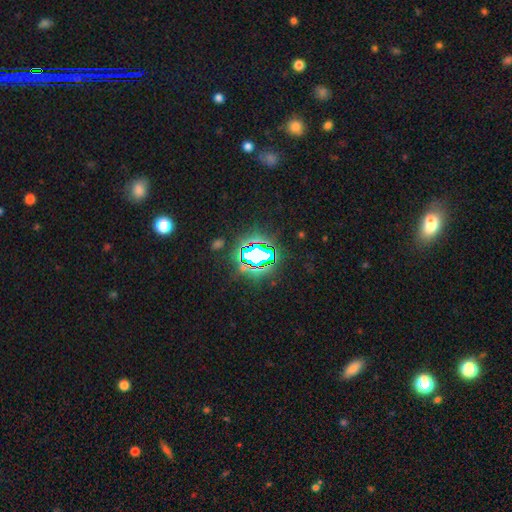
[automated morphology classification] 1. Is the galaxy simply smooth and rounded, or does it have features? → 73% star or artifact, 16% smooth, 11% featured or disk.